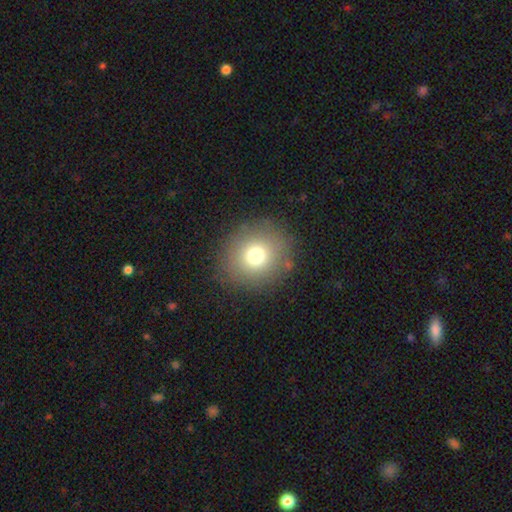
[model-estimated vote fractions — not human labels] smooth 74%, star or artifact 15%, featured or disk 12%. Down the decision tree: how rounded — round (88%); merging — none (87%).